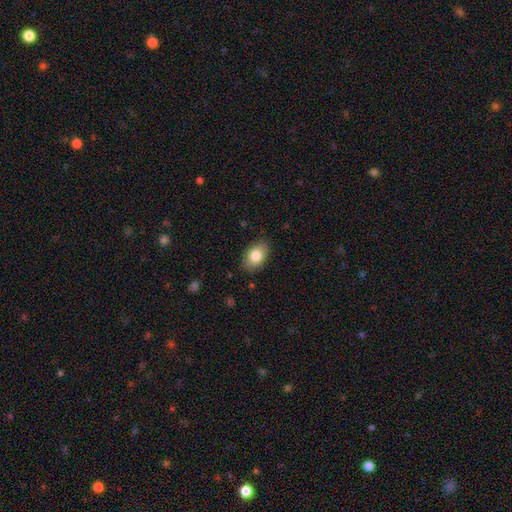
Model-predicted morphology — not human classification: This is clearly a smooth galaxy (82%). How rounded: clearly in between (87%). Merging: clearly none (86%).